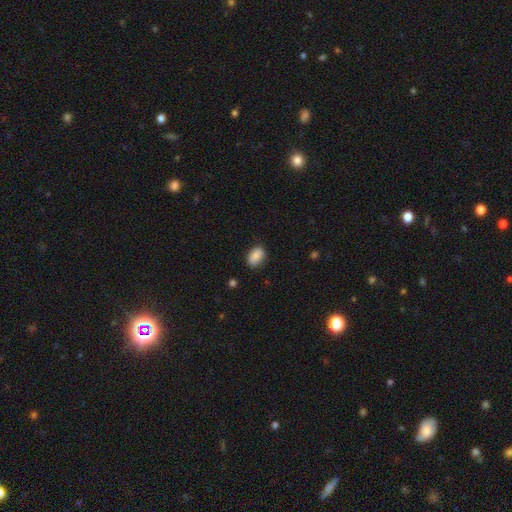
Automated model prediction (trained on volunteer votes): Smooth or featured? smooth (85%)
How rounded? in between (82%)
Merging? none (78%)